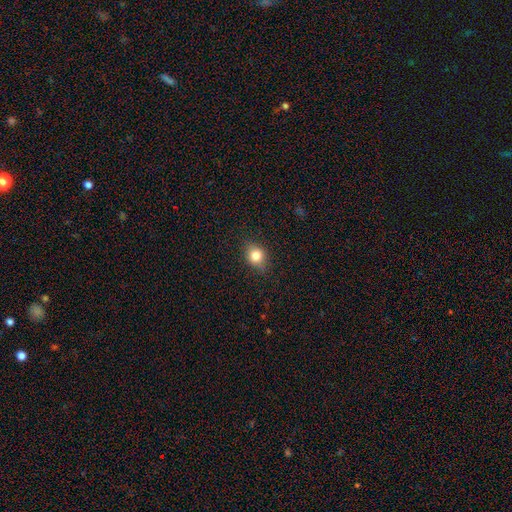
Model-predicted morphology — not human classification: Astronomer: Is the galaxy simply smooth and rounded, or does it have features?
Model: smooth — 80%.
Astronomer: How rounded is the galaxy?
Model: round — 62% (runner-up: in between, 37%).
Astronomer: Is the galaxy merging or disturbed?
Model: none — 84%.